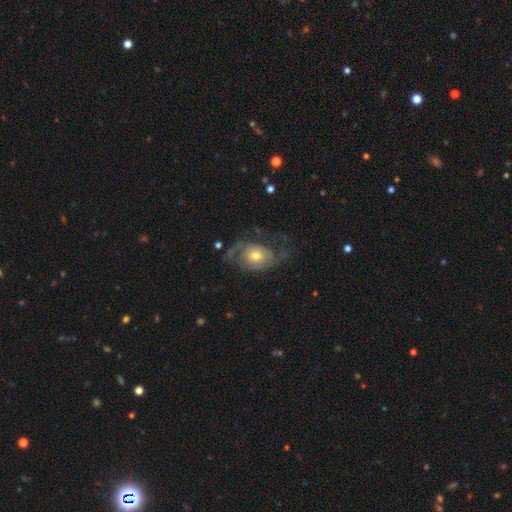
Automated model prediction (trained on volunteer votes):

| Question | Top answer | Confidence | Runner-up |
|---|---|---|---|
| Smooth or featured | featured or disk | 73% | smooth (21%) |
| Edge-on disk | no | 96% | yes (4%) |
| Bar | no | 73% | weak (22%) |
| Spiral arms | yes | 83% | no (17%) |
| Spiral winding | medium | 41% | loose (38%) |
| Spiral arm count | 2 | 74% | can't tell (12%) |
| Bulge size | moderate | 62% | small (27%) |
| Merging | none | 51% | major disturbance (27%) |